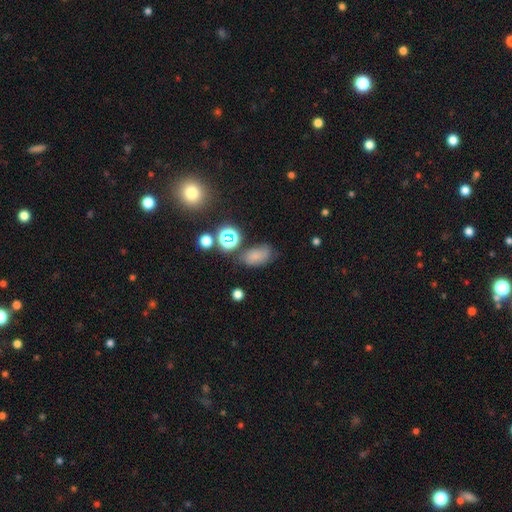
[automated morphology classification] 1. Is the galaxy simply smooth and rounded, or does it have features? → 66% smooth, 21% star or artifact, 13% featured or disk.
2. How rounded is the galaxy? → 85% in between, 13% round, 2% cigar-shaped.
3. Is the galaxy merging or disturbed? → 57% none, 25% minor disturbance, 10% major disturbance, 8% merger.